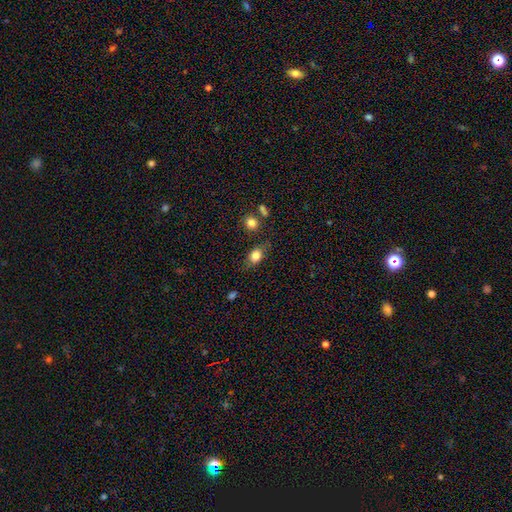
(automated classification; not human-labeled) Smooth or featured? smooth (82%)
How rounded? in between (68%)
Merging? none (74%)